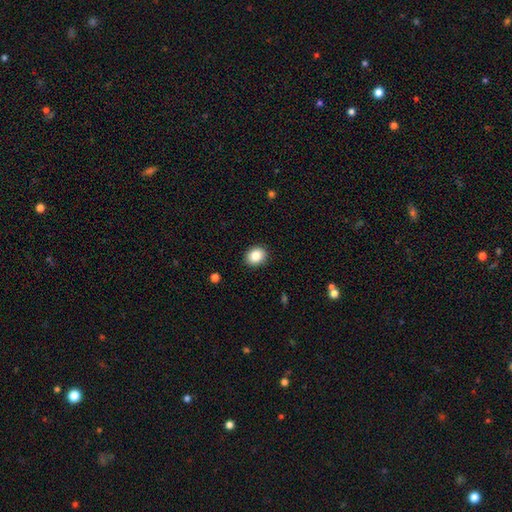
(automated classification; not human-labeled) A smooth galaxy with no disk features (85%) that is round (57%). Merging: none (91%).